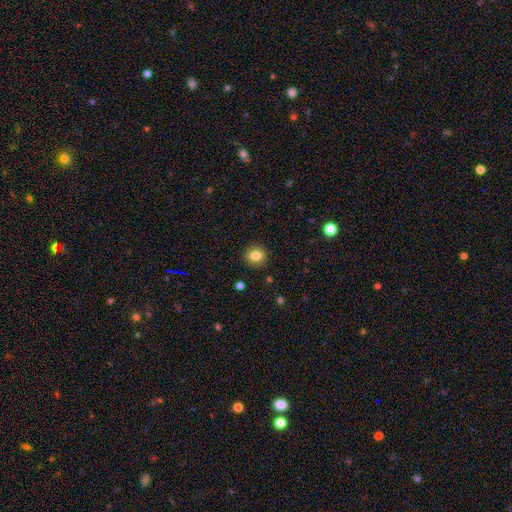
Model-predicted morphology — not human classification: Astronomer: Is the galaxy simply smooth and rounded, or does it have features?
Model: smooth — 81%.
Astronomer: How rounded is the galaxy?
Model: round — 76%.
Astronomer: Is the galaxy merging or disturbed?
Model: none — 89%.